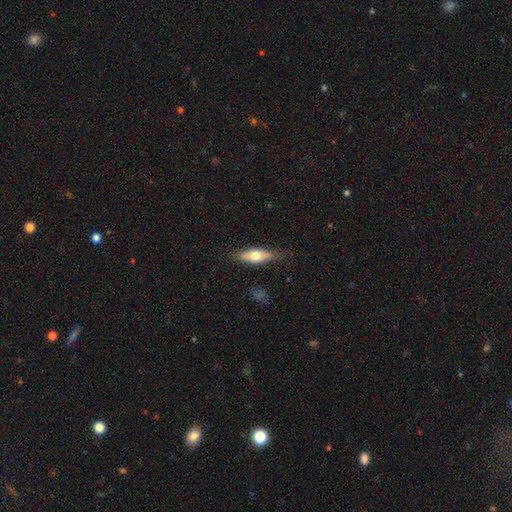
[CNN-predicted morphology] This is possibly a smooth galaxy (58%). How rounded: possibly in between (52%). Merging: clearly none (82%).